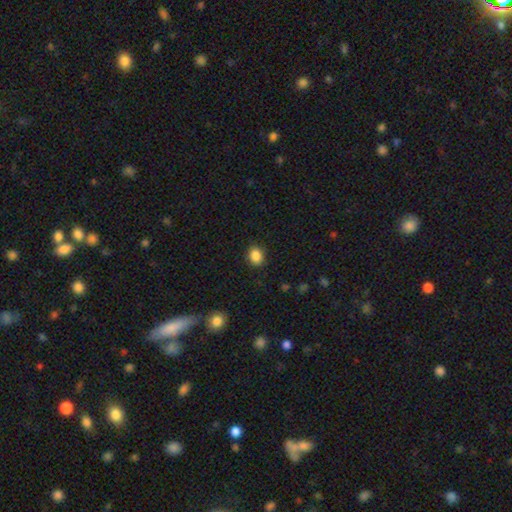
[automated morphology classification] The model was most divided on "how rounded": in between: 55%, round: 44%, cigar-shaped: 1%. More confident: merging — none (89%); smooth or featured — smooth (87%).